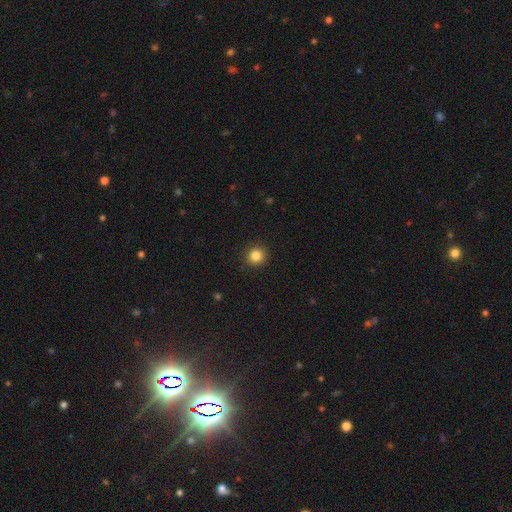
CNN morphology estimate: smooth_or_featured: smooth (p=0.84) [alt: star or artifact p=0.11]
how_rounded: round (p=0.93) [alt: in between p=0.06]
merging: none (p=0.92) [alt: minor disturbance p=0.05]